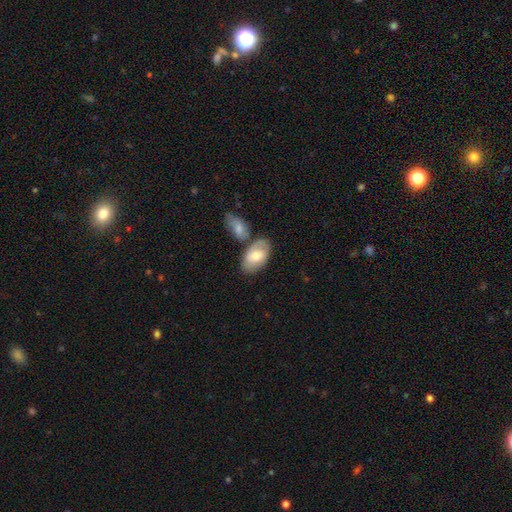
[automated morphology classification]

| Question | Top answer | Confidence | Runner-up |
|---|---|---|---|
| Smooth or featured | smooth | 66% | featured or disk (29%) |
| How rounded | in between | 94% | round (4%) |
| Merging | none | 55% | merger (25%) |